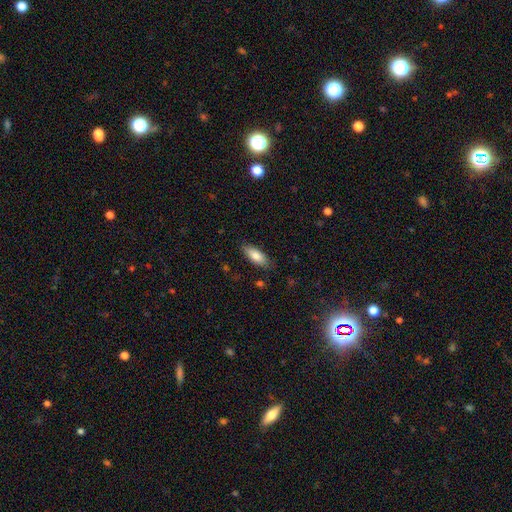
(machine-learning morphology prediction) Smooth or featured? Predicted: smooth (p=0.82). How rounded? Predicted: in between (p=0.76). Merging? Predicted: none (p=0.83).